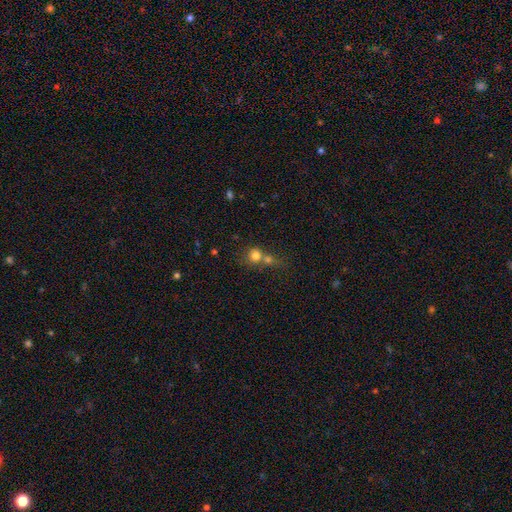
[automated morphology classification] type=smooth (76%); roundness=round (84%); merging=merger (53%).